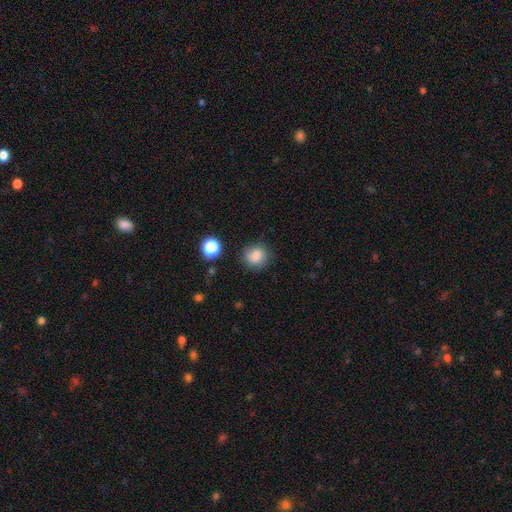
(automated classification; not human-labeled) Smooth or featured?
  - smooth: 82% *
  - star or artifact: 11%
  - featured or disk: 7%
How rounded?
  - round: 87% *
  - in between: 12%
  - cigar-shaped: 1%
Merging?
  - none: 84% *
  - minor disturbance: 11%
  - major disturbance: 3%
  - merger: 2%